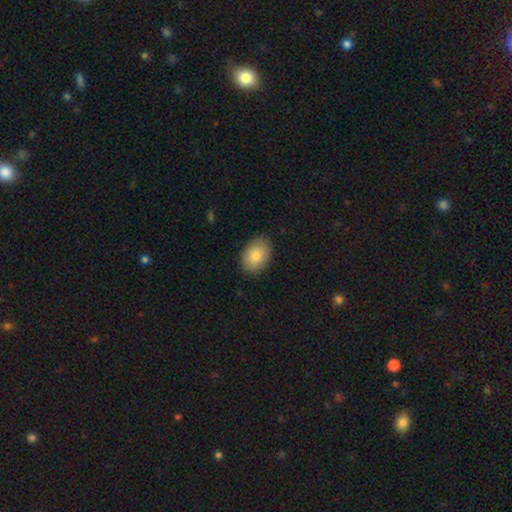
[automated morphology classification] Smooth or featured: smooth — 83% (featured or disk — 10%)
How rounded: in between — 81% (round — 18%)
Merging: none — 87% (minor disturbance — 10%)